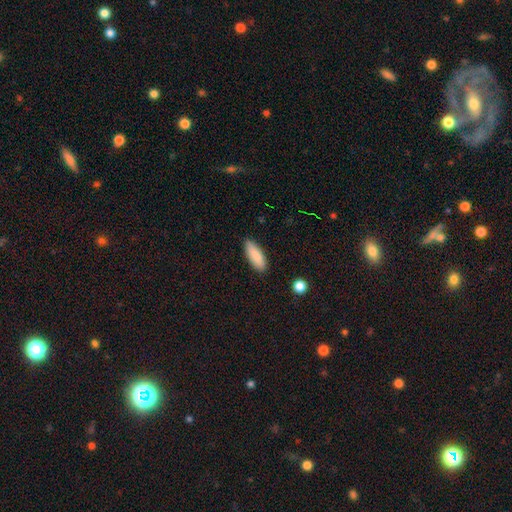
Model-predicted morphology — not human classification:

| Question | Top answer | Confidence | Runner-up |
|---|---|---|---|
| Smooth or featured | smooth | 88% | featured or disk (6%) |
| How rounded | in between | 65% | cigar-shaped (33%) |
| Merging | none | 87% | minor disturbance (10%) |